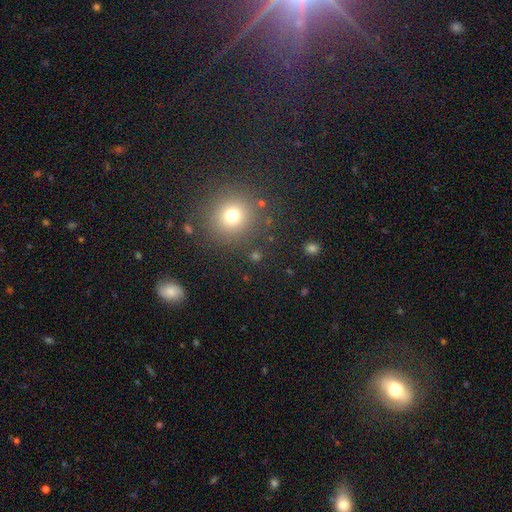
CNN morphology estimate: Smooth or featured? Predicted: smooth (p=0.62). How rounded? Predicted: round (p=0.89). Merging? Predicted: none (p=0.87).